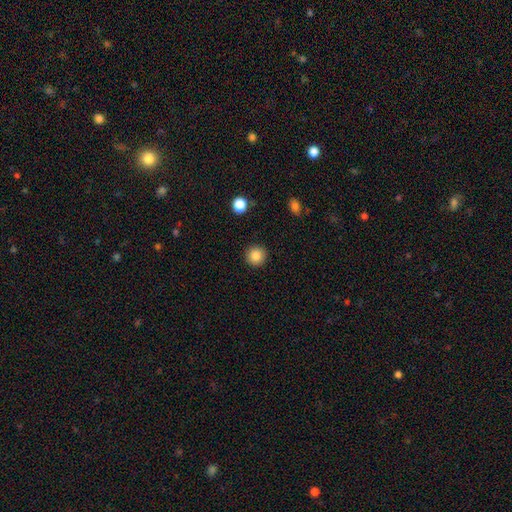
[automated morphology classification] smooth 87%, star or artifact 9%, featured or disk 4%. Down the decision tree: how rounded — round (94%); merging — none (92%).